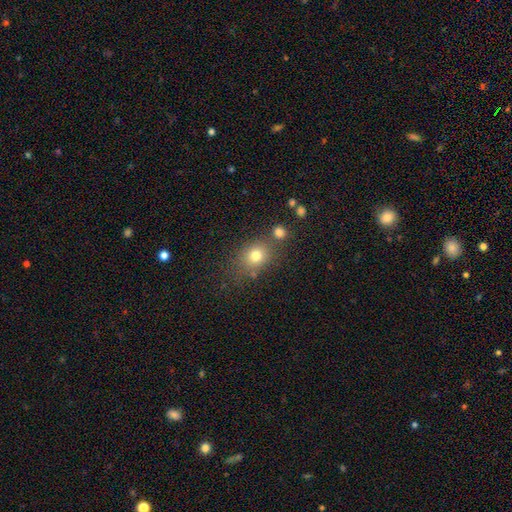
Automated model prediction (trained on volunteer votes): This appears to be a smooth galaxy with no disk features (76%) that is round (54%). Merging: none (69%).